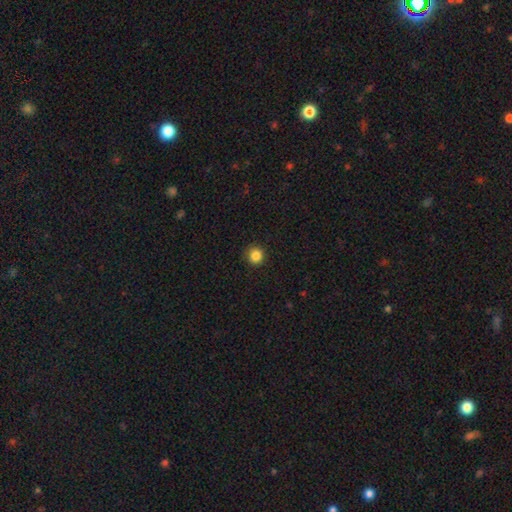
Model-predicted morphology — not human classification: A smooth galaxy with no disk features (85%) that is round (92%).

Vote fractions:
- Smooth or featured? smooth: 85% / star or artifact: 11% / featured or disk: 4%
- How rounded? round: 92% / in between: 7% / cigar-shaped: 1%
- Merging? none: 90% / minor disturbance: 7% / major disturbance: 2% / merger: 1%